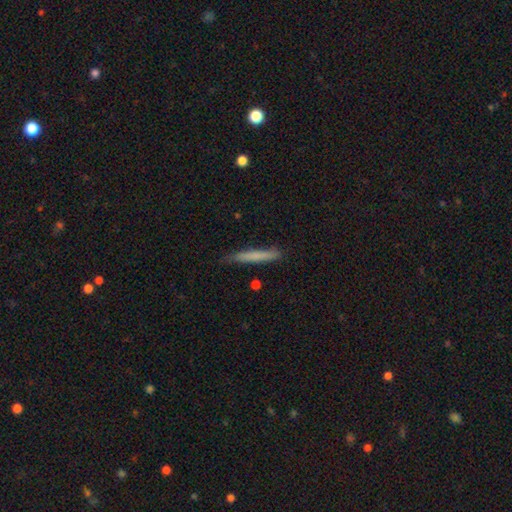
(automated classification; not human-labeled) A smooth galaxy with no disk features (71%) that is cigar-shaped (96%). Merging: none (81%).